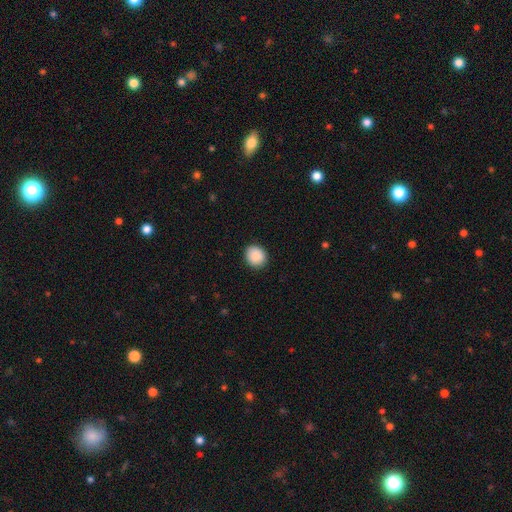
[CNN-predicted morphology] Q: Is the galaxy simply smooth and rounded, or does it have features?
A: smooth — 90%.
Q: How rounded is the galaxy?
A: round — 81%.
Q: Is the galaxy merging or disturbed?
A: none — 90%.